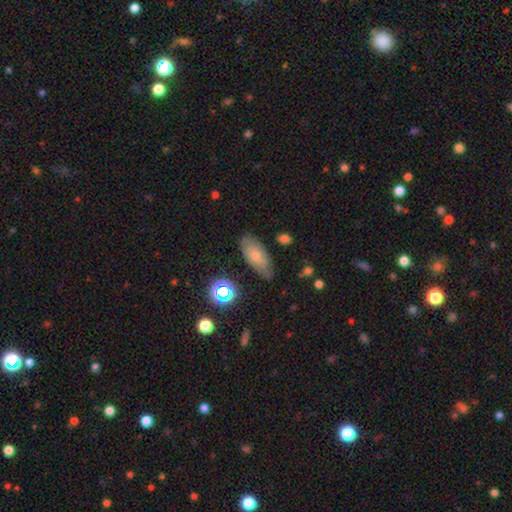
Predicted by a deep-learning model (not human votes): This is likely a smooth galaxy (68%). How rounded: clearly in between (86%). Merging: likely none (68%).